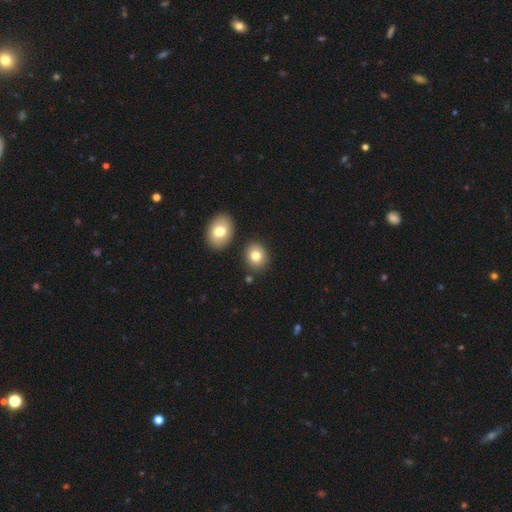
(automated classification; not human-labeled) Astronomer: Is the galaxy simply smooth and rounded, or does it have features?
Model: smooth — 80%.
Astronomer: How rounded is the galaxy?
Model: round — 62% (runner-up: in between, 37%).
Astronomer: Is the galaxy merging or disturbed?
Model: none — 81%.